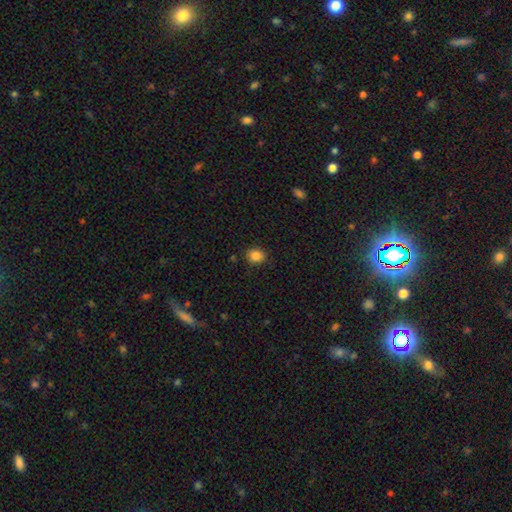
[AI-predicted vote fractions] This is clearly a smooth galaxy (86%). How rounded: likely round (67%). Merging: clearly none (86%).